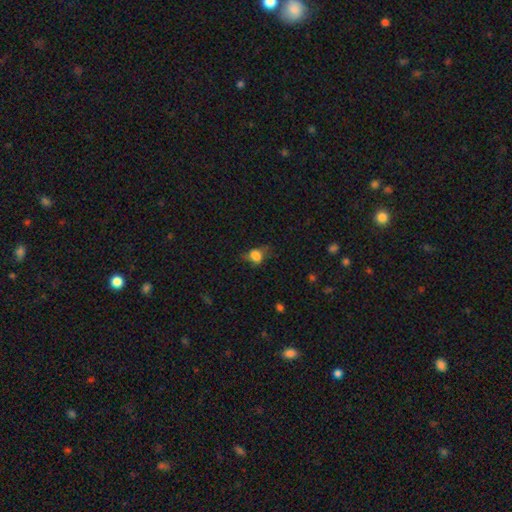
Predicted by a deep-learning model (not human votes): Smooth or featured: smooth — 74% (featured or disk — 14%)
How rounded: in between — 49% (tied with round — 49%)
Merging: none — 49% (minor disturbance — 30%)